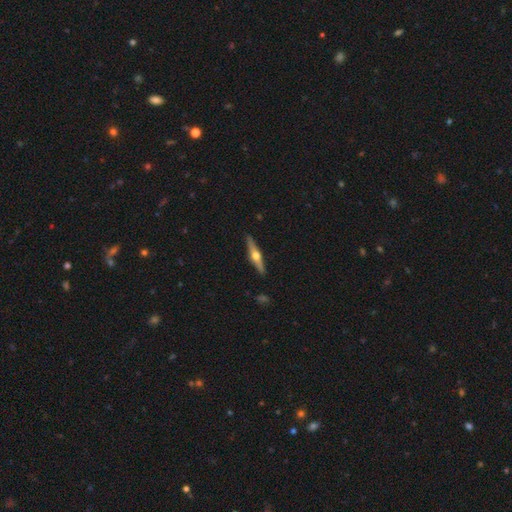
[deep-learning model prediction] Smooth or featured?
  - featured or disk: 70% *
  - smooth: 24%
  - star or artifact: 6%
Edge-on disk?
  - yes: 97% *
  - no: 3%
Edge-on bulge?
  - rounded: 96% *
  - boxy: 2%
  - none: 2%
Merging?
  - none: 90% *
  - minor disturbance: 7%
  - major disturbance: 1%
  - merger: 1%